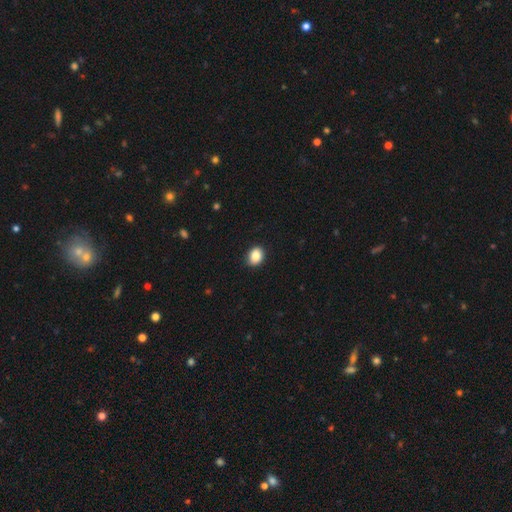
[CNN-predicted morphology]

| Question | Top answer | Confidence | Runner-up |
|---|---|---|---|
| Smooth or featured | smooth | 86% | star or artifact (9%) |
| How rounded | in between | 54% | round (45%) |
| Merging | none | 87% | minor disturbance (10%) |